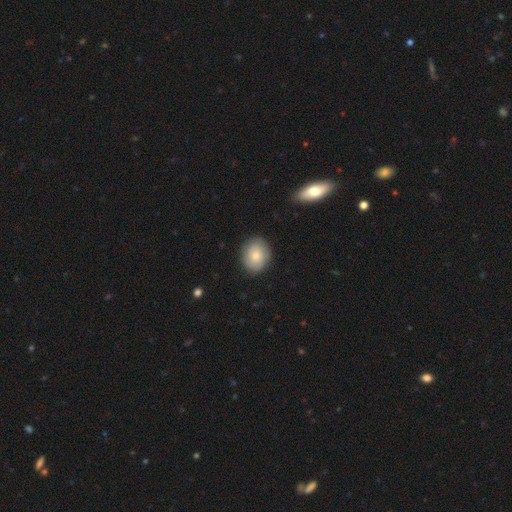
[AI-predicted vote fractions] The model was most divided on "how rounded": round: 54%, in between: 46%, cigar-shaped: 1%. More confident: merging — none (85%); smooth or featured — smooth (72%).